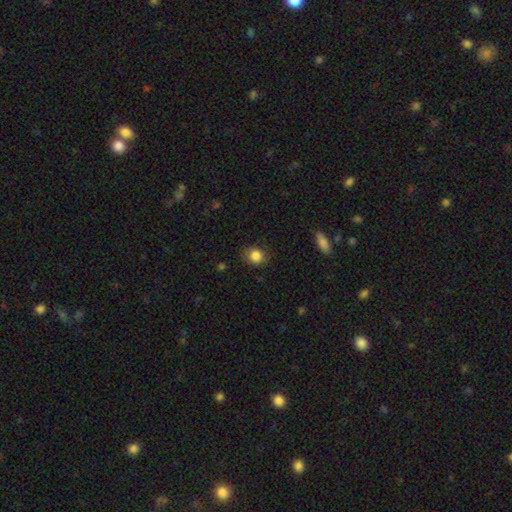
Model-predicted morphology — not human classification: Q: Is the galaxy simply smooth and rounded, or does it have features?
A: smooth — 86%.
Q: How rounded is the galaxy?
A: round — 78%.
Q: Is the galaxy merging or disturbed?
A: none — 80%.